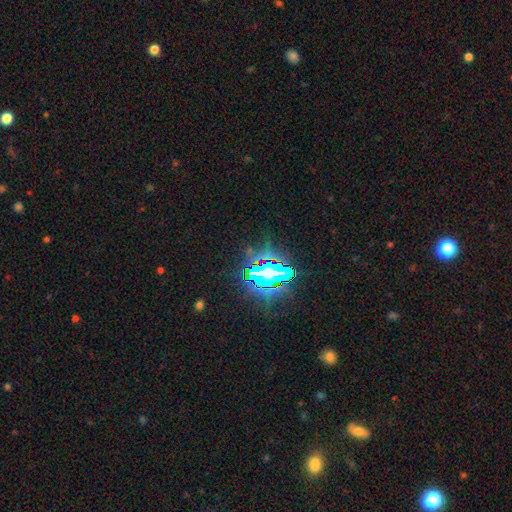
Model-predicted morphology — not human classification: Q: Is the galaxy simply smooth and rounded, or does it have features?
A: star or artifact — 82%.